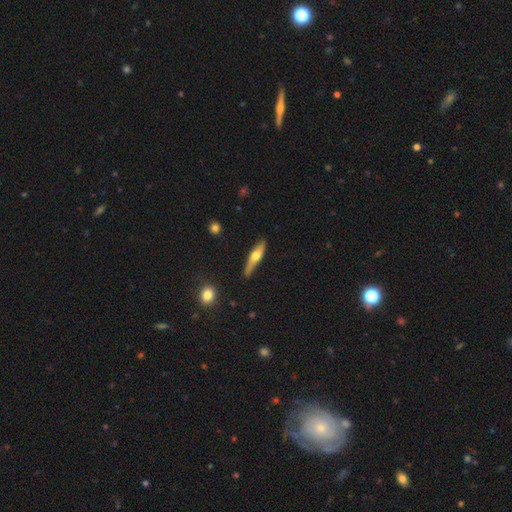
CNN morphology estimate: Overall: featured or disk (50%; smooth 45%). Merging: none (78%).